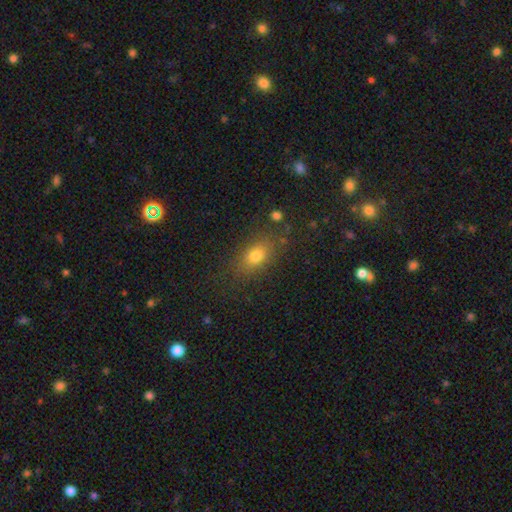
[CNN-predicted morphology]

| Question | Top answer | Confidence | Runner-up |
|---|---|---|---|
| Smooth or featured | smooth | 76% | star or artifact (13%) |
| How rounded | in between | 76% | round (19%) |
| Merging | none | 80% | minor disturbance (13%) |